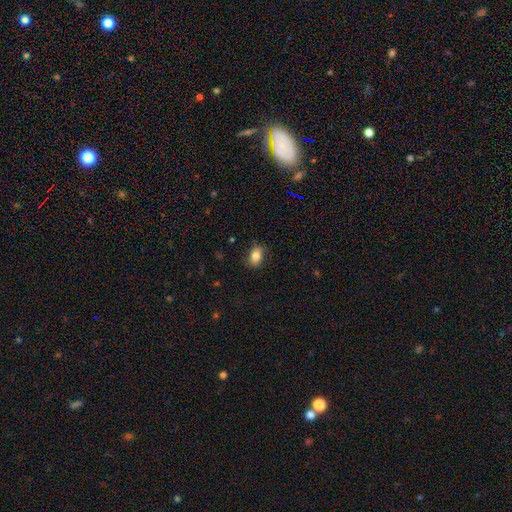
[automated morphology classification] Q: Smooth or featured?
A: smooth (83%); runner-up: star or artifact (9%)
Q: How rounded?
A: in between (80%); runner-up: round (19%)
Q: Merging?
A: none (84%); runner-up: minor disturbance (12%)